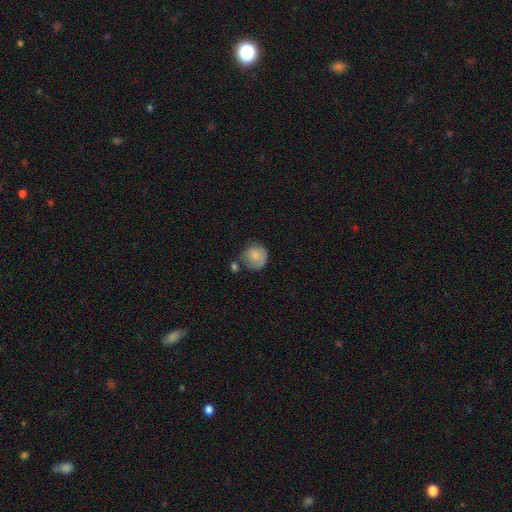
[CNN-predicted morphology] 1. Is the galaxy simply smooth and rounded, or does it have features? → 78% smooth, 15% featured or disk, 7% star or artifact.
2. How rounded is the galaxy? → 87% round, 12% in between, 1% cigar-shaped.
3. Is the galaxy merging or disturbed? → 54% none, 25% minor disturbance, 11% merger, 9% major disturbance.